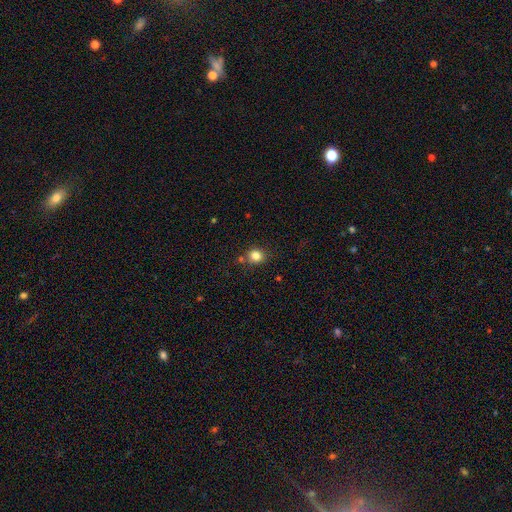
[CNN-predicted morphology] This is clearly a smooth galaxy (82%). How rounded: likely round (77%). Merging: likely none (77%).